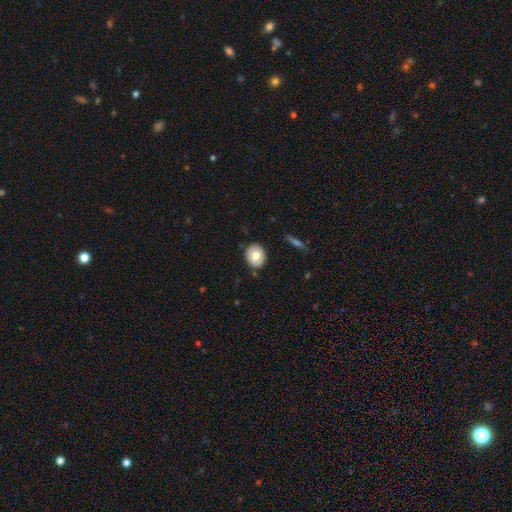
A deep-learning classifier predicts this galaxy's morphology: Smooth or featured?
  - smooth: 70% *
  - featured or disk: 23%
  - star or artifact: 7%
How rounded?
  - round: 59% *
  - in between: 40%
  - cigar-shaped: 1%
Merging?
  - none: 87% *
  - minor disturbance: 9%
  - major disturbance: 2%
  - merger: 1%